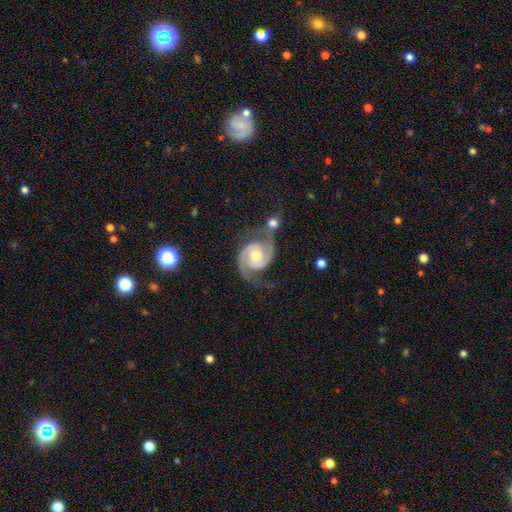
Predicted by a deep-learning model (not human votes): featured or disk 92%, star or artifact 4%, smooth 4%. Down the decision tree: edge-on disk — no (98%); bar — no (59%); spiral arms — yes (98%); spiral arm count — 2 (93%); spiral winding — medium (53%); bulge size — moderate (69%); merging — none (51%).